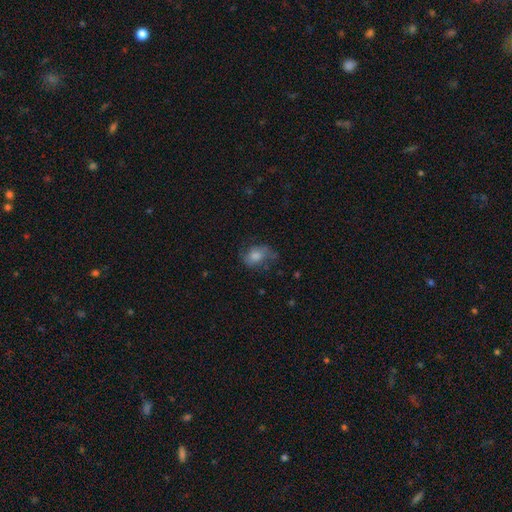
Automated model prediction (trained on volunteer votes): Smooth or featured?
  - smooth: 56% *
  - featured or disk: 30%
  - star or artifact: 13%
How rounded?
  - in between: 66% *
  - round: 33%
  - cigar-shaped: 2%
Merging?
  - none: 59% *
  - minor disturbance: 25%
  - major disturbance: 14%
  - merger: 2%